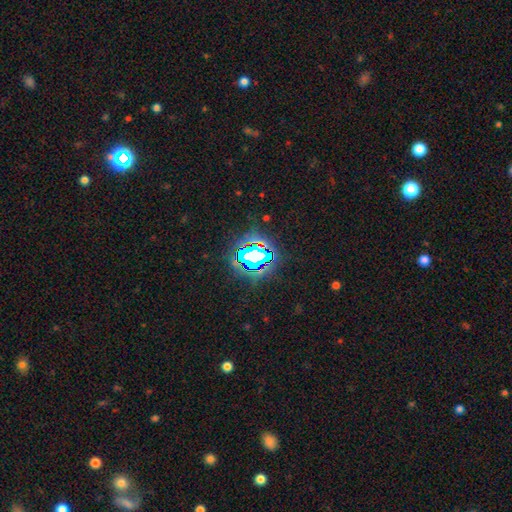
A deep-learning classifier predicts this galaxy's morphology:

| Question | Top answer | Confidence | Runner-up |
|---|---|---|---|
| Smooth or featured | star or artifact | 69% | smooth (18%) |